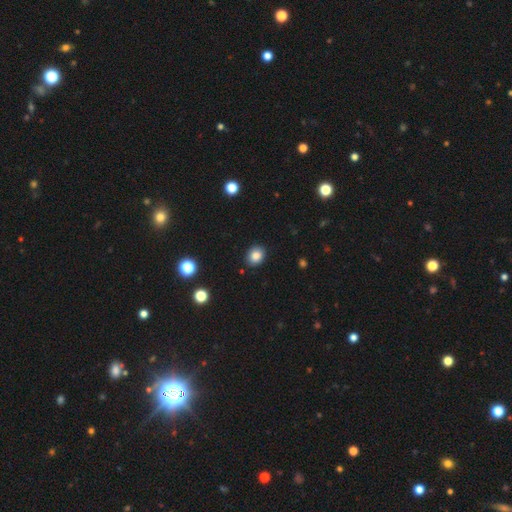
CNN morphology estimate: Smooth or featured? smooth (85%)
How rounded? round (58%)
Merging? none (89%)